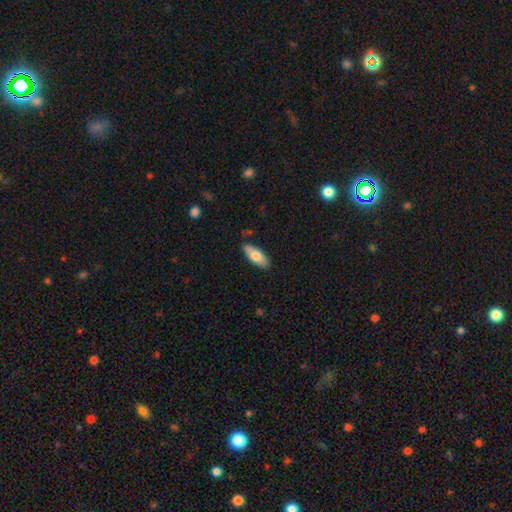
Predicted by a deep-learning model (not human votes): Morphology: type=smooth (73%); roundness=in between (82%); merging=none (84%).